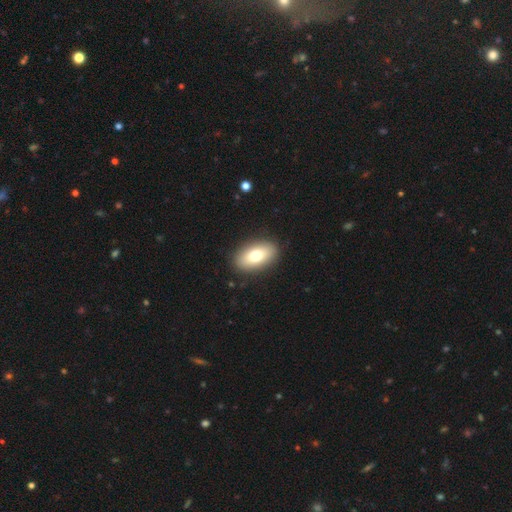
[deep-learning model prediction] Smooth or featured?
  - smooth: 75% *
  - featured or disk: 18%
  - star or artifact: 7%
How rounded?
  - in between: 92% *
  - round: 5%
  - cigar-shaped: 3%
Merging?
  - none: 89% *
  - minor disturbance: 7%
  - major disturbance: 2%
  - merger: 1%